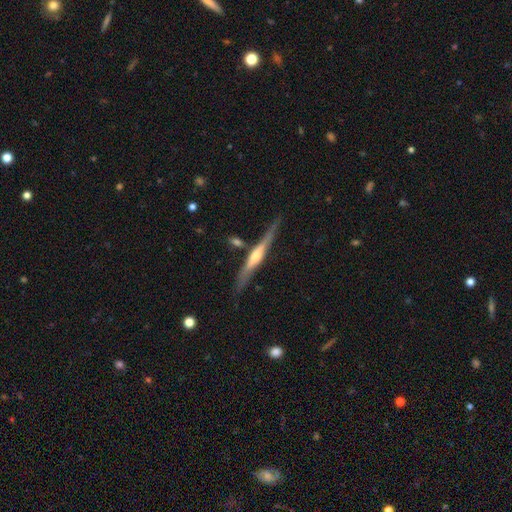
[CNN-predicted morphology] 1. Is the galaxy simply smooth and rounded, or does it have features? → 74% featured or disk, 20% smooth, 6% star or artifact.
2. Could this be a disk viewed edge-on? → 97% yes, 3% no.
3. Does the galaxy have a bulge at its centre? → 78% rounded, 12% boxy, 10% none.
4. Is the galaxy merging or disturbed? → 77% none, 14% minor disturbance, 6% merger, 3% major disturbance.